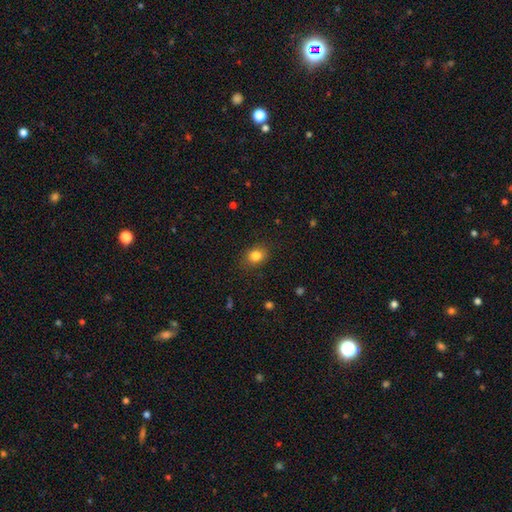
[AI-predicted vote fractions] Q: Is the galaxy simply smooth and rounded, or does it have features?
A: smooth — 82%.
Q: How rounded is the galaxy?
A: round — 50%.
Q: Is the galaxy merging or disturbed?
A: none — 85%.